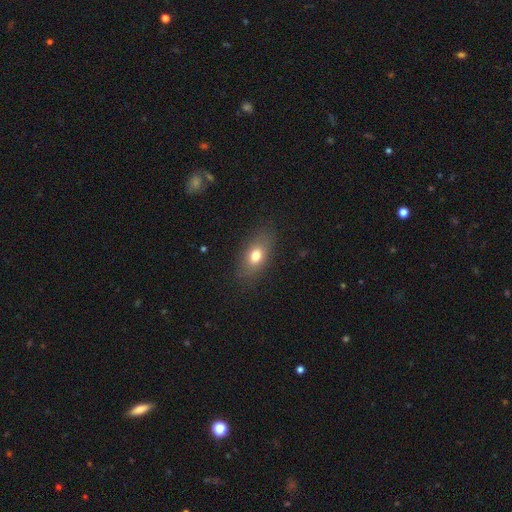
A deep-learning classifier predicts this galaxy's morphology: smooth-or-featured: smooth: 74% | featured or disk: 16% | star or artifact: 10%
  how-rounded: in between: 82% | round: 13% | cigar-shaped: 6%
  merging: none: 83% | minor disturbance: 12% | major disturbance: 4% | merger: 1%